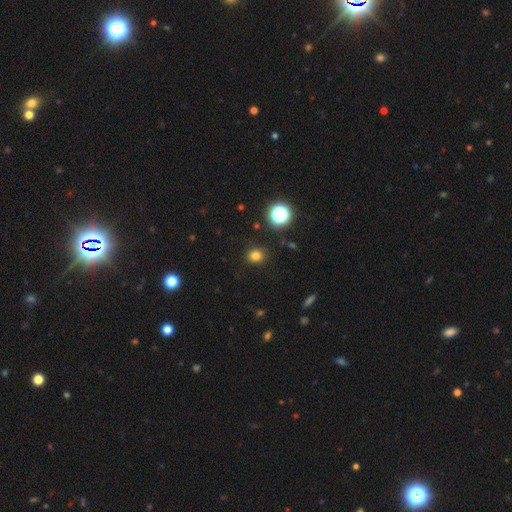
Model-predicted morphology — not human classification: The model was most divided on "how rounded": round: 71%, in between: 28%, cigar-shaped: 1%. More confident: merging — none (88%); smooth or featured — smooth (78%).